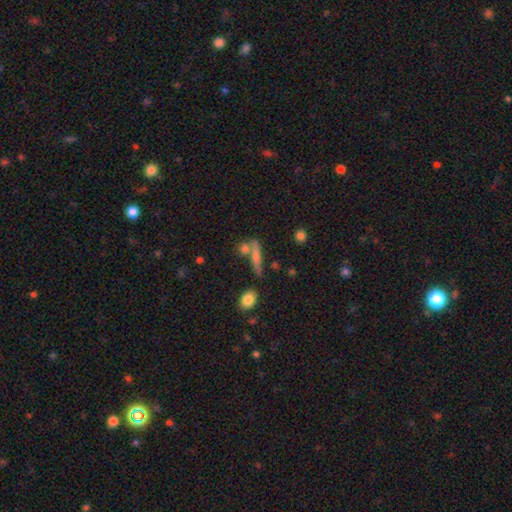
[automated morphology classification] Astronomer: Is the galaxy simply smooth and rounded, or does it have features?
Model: smooth — 60%.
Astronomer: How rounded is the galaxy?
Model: cigar-shaped — 78%.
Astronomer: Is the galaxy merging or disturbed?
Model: none — 61%.